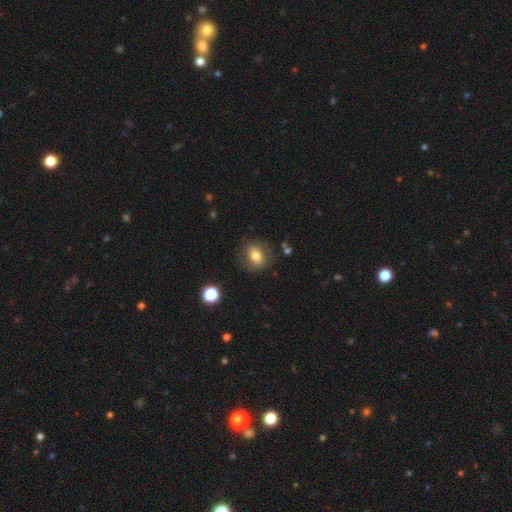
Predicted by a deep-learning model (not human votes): A smooth galaxy with no disk features (69%) that is in between round and cigar-shaped (50%).

Vote fractions:
- Smooth or featured? smooth: 69% / featured or disk: 21% / star or artifact: 10%
- How rounded? in between: 50% / round: 48% / cigar-shaped: 2%
- Merging? none: 78% / minor disturbance: 13% / major disturbance: 7% / merger: 2%